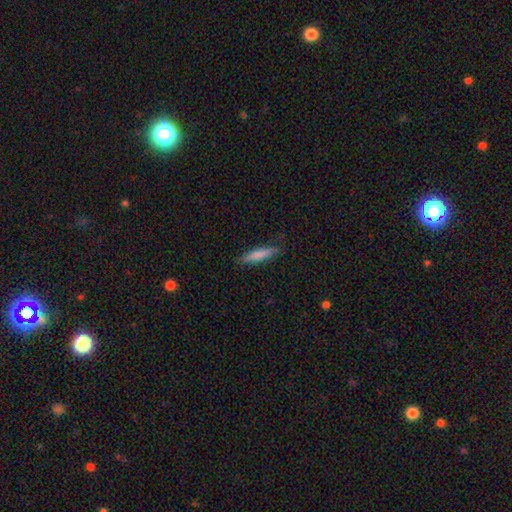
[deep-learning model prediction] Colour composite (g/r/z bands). It shows a smooth galaxy with no disk features (77%) that is cigar-shaped (88%). Merging: none (86%).